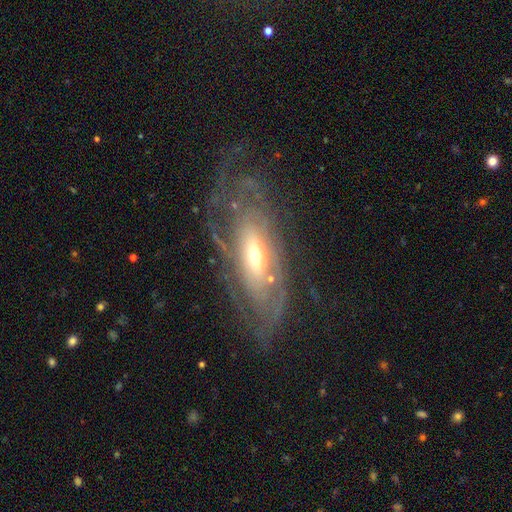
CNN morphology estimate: type=featured or disk (81%); edge-on=no (84%); bar=no (57%); spiral arms=yes (82%); winding=tight (58%); arm count=can't tell (52%); bulge=moderate (62%); merging=none (62%).